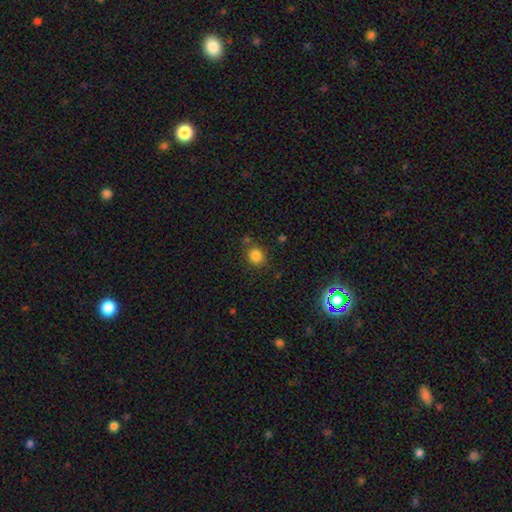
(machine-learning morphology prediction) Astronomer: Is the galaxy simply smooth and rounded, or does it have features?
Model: smooth — 83%.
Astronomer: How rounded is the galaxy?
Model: round — 81%.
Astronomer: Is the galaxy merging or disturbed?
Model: none — 78%.